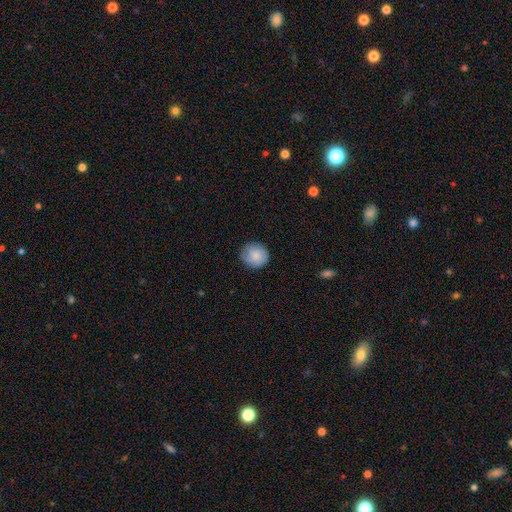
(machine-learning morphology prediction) type=smooth (78%); roundness=round (85%); merging=none (81%).